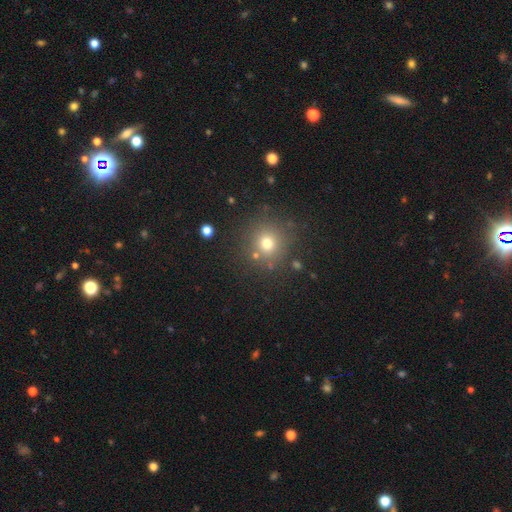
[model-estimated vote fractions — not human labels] This appears to be a smooth galaxy with no disk features (69%) that is round (92%). Merging: none (83%).